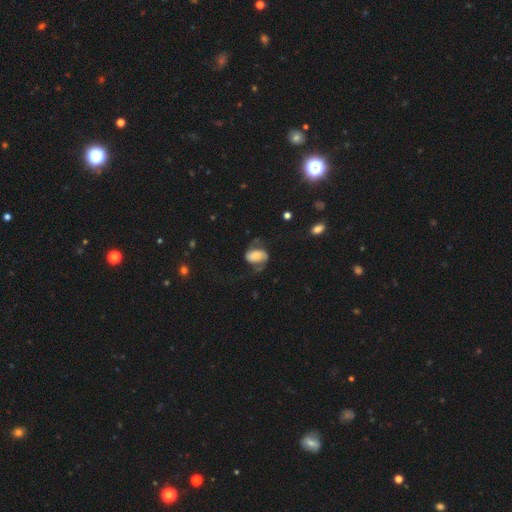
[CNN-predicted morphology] This appears to be a featured or disk galaxy (59%) with no bar (44%), 2 (88%) loose (52%) spiral arms (89%) and a moderate central bulge (38%). Merging: none (55%).